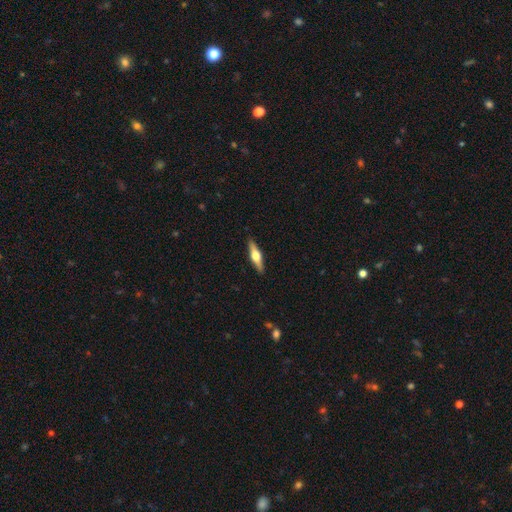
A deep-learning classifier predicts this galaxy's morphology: Smooth or featured?
  - featured or disk: 60% *
  - smooth: 35%
  - star or artifact: 5%
Edge-on disk?
  - yes: 96% *
  - no: 4%
Edge-on bulge?
  - rounded: 94% *
  - boxy: 4%
  - none: 2%
Merging?
  - none: 90% *
  - minor disturbance: 7%
  - major disturbance: 1%
  - merger: 1%